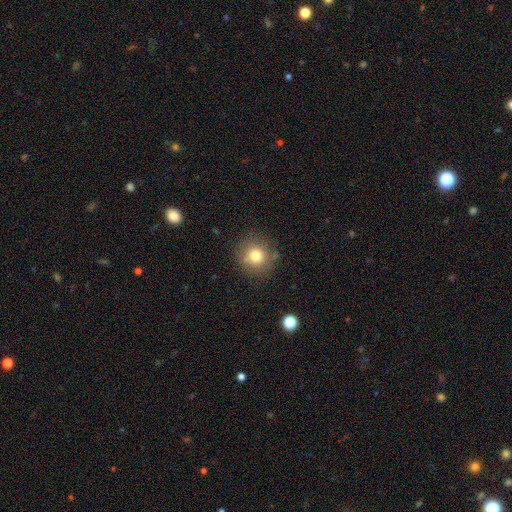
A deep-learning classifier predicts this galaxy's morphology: This appears to be a smooth galaxy with no disk features (77%) that is round (91%). Merging: none (83%).